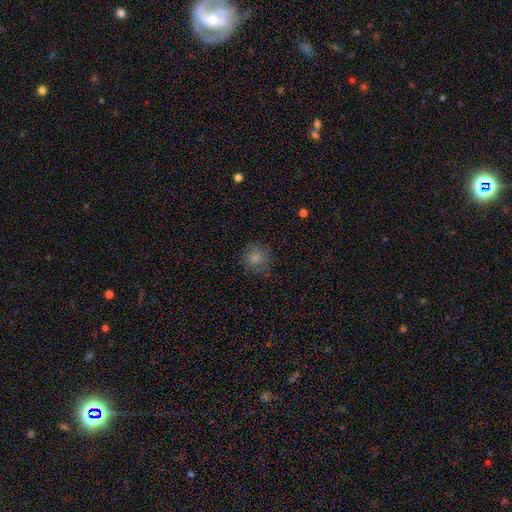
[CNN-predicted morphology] smooth_or_featured: smooth (p=0.72) [alt: star or artifact p=0.18]
how_rounded: round (p=0.88) [alt: in between p=0.11]
merging: none (p=0.81) [alt: minor disturbance p=0.14]